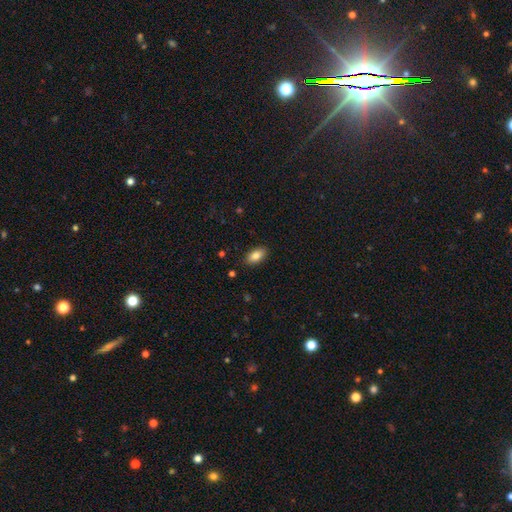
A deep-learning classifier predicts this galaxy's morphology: This is clearly a smooth galaxy (84%). How rounded: clearly in between (92%). Merging: clearly none (88%).